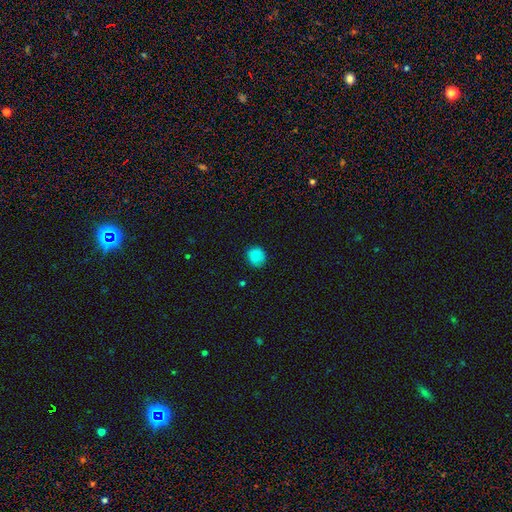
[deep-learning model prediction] The model was most divided on "how rounded": round: 83%, in between: 16%, cigar-shaped: 1%. More confident: smooth or featured — smooth (85%); merging — none (82%).